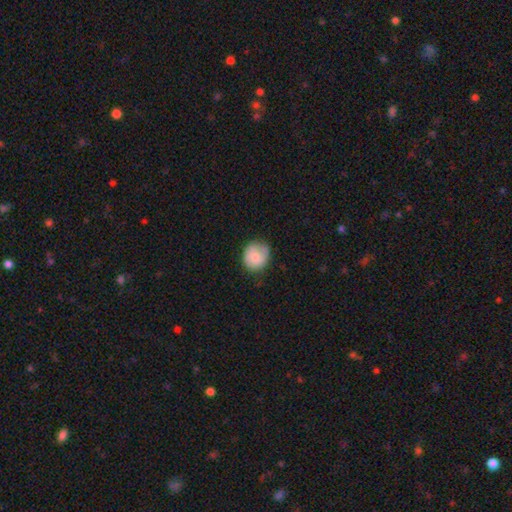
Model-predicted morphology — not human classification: Smooth or featured?
  - smooth: 77% *
  - featured or disk: 16%
  - star or artifact: 7%
How rounded?
  - round: 77% *
  - in between: 22%
  - cigar-shaped: 1%
Merging?
  - none: 71% *
  - minor disturbance: 22%
  - major disturbance: 5%
  - merger: 1%